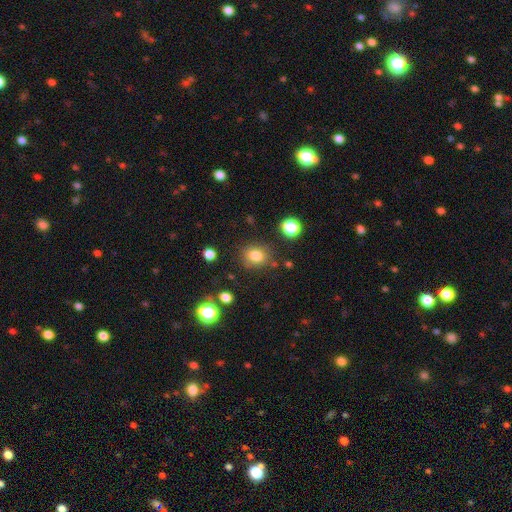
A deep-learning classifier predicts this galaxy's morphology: The model was most divided on "how rounded": round: 71%, in between: 28%, cigar-shaped: 1%. More confident: smooth or featured — smooth (81%); merging — none (80%).